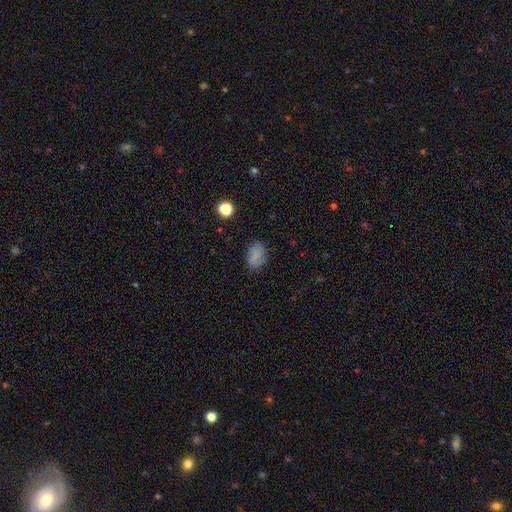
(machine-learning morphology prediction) smooth_or_featured: smooth (p=0.83) [alt: star or artifact p=0.11]
how_rounded: in between (p=0.84) [alt: round p=0.14]
merging: none (p=0.81) [alt: minor disturbance p=0.14]